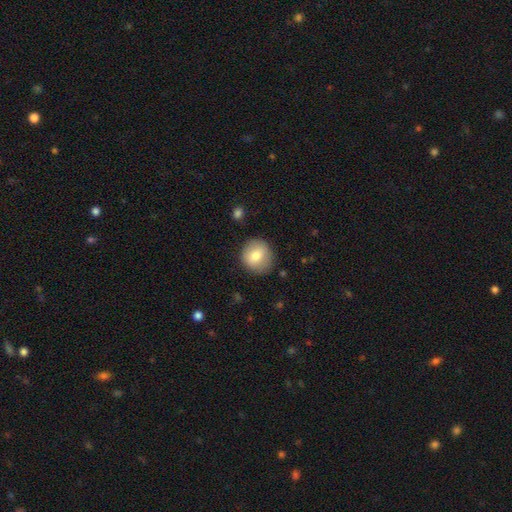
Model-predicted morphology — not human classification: A smooth galaxy with no disk features (77%) that is round (87%).

Vote fractions:
- Smooth or featured? smooth: 77% / featured or disk: 15% / star or artifact: 8%
- How rounded? round: 87% / in between: 12% / cigar-shaped: 1%
- Merging? none: 84% / minor disturbance: 11% / major disturbance: 3% / merger: 1%